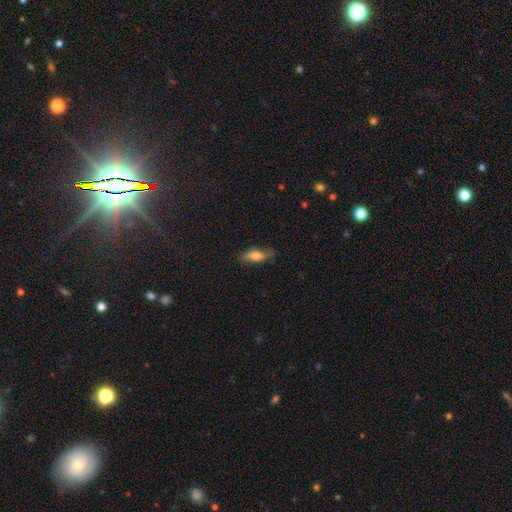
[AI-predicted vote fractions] This is likely a smooth galaxy (73%). How rounded: likely in between (61%). Merging: likely none (80%).